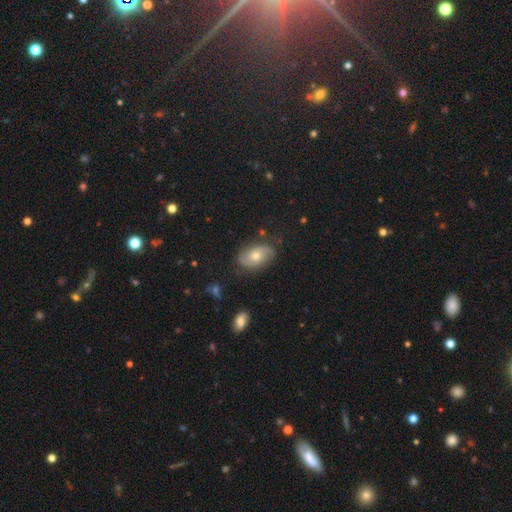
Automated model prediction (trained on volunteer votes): featured or disk 67%, smooth 25%, star or artifact 8%. Down the decision tree: edge-on disk — no (96%); bar — no (76%); spiral arms — yes (88%); spiral arm count — 2 (80%); spiral winding — medium (41%); bulge size — moderate (58%); merging — none (77%).